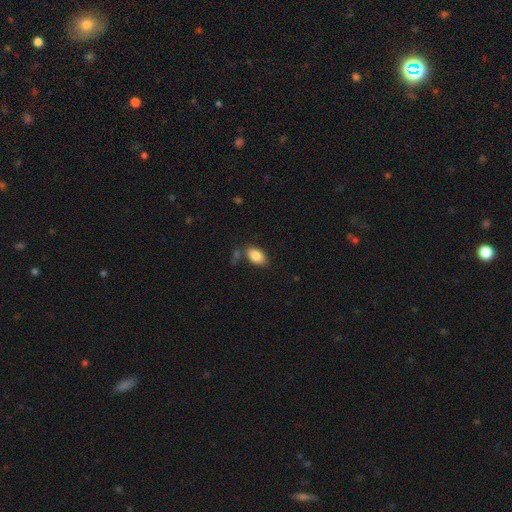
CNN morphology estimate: Smooth or featured?
  - smooth: 85% *
  - featured or disk: 8%
  - star or artifact: 7%
How rounded?
  - in between: 92% *
  - round: 5%
  - cigar-shaped: 2%
Merging?
  - none: 76% *
  - minor disturbance: 14%
  - merger: 7%
  - major disturbance: 4%